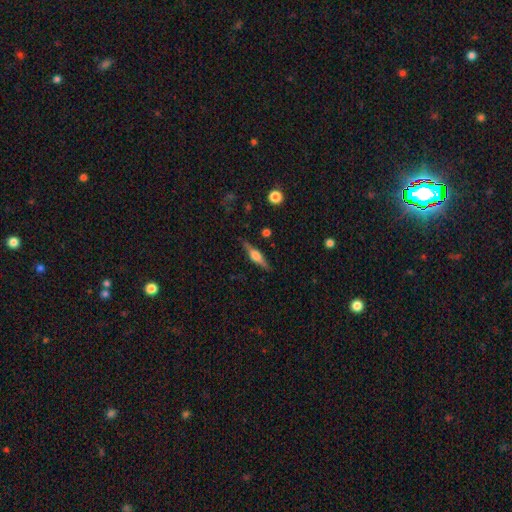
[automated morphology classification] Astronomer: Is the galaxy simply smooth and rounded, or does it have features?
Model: featured or disk — 63%.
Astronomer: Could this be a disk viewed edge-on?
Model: yes — 96%.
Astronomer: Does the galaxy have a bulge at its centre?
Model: rounded — 85%.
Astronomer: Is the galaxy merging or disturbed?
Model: none — 86%.